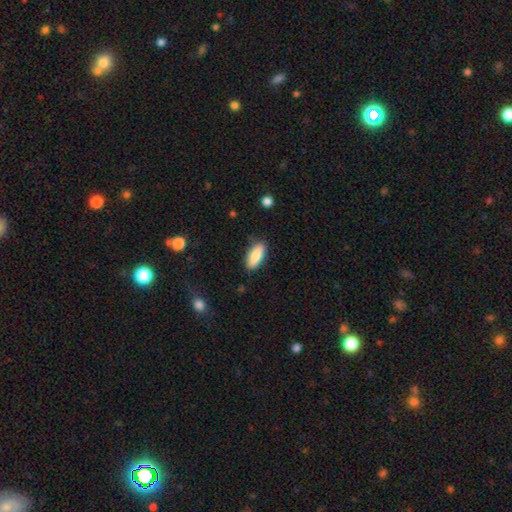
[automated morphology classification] This appears to be a smooth galaxy with no disk features (87%) that is in between round and cigar-shaped (82%). Merging: none (84%).